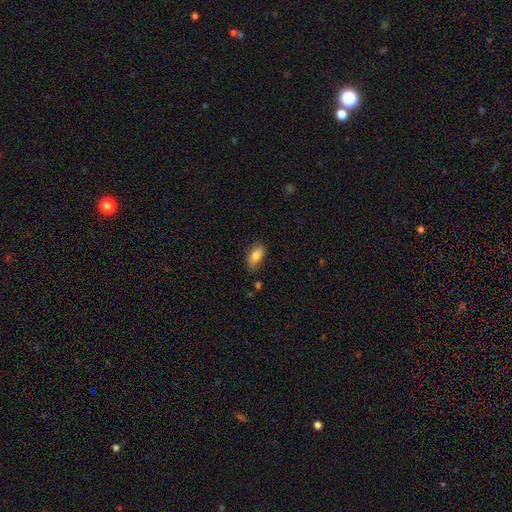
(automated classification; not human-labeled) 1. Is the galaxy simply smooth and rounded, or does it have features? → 82% smooth, 11% featured or disk, 7% star or artifact.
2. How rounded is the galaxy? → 90% in between, 6% cigar-shaped, 4% round.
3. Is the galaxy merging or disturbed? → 79% none, 16% minor disturbance, 3% major disturbance, 2% merger.